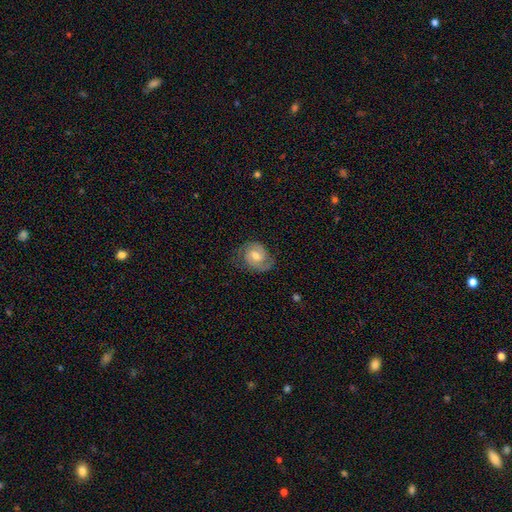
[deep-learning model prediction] This appears to be a featured or disk galaxy (76%) with no bar (49%), 2 (85%) tight (47%) spiral arms (94%) and a moderate central bulge (66%). Merging: none (76%).